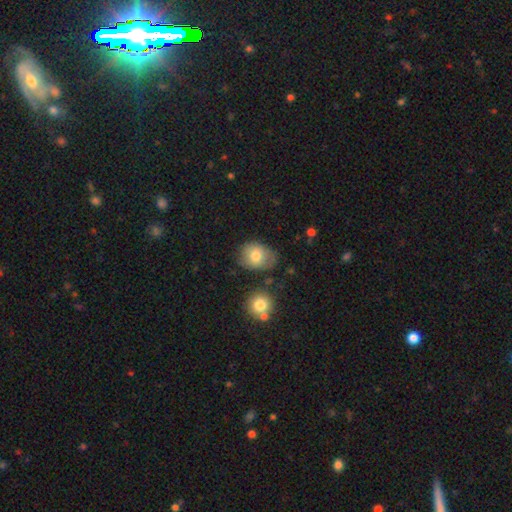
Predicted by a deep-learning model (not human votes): Q: Smooth or featured?
A: smooth (75%); runner-up: featured or disk (16%)
Q: How rounded?
A: in between (54%); runner-up: round (45%)
Q: Merging?
A: none (67%); runner-up: minor disturbance (22%)